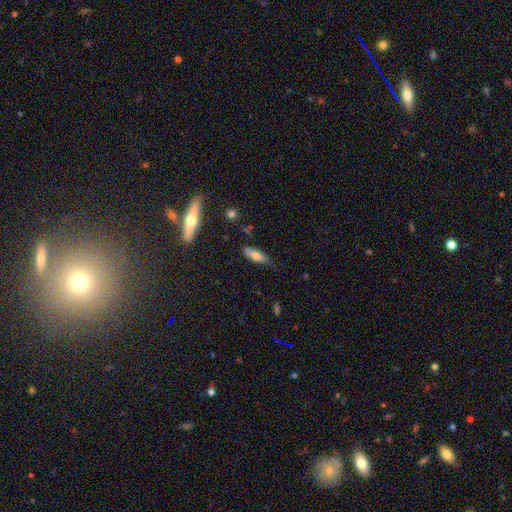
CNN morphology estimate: Q: Smooth or featured?
A: smooth (67%); runner-up: featured or disk (25%)
Q: How rounded?
A: in between (60%); runner-up: cigar-shaped (37%)
Q: Merging?
A: none (69%); runner-up: minor disturbance (24%)